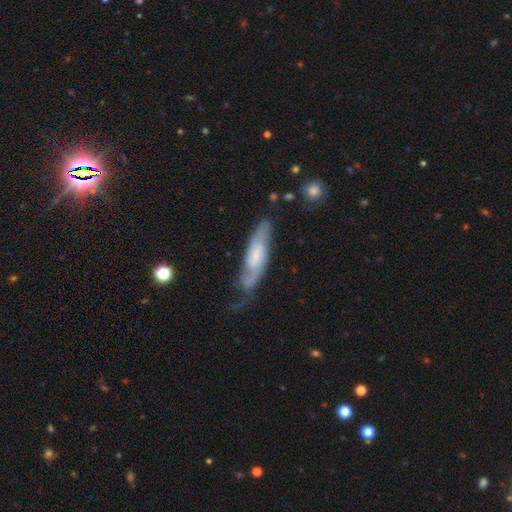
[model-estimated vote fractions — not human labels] Smooth or featured? Predicted: featured or disk (p=0.67). Edge-on disk? Predicted: no (p=0.72). Merging? Predicted: none (p=0.59).